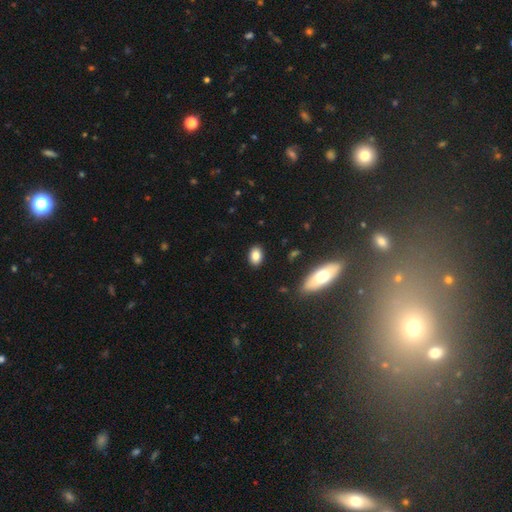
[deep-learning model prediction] Smooth or featured? Predicted: smooth (p=0.85). How rounded? Predicted: in between (p=0.84). Merging? Predicted: none (p=0.88).